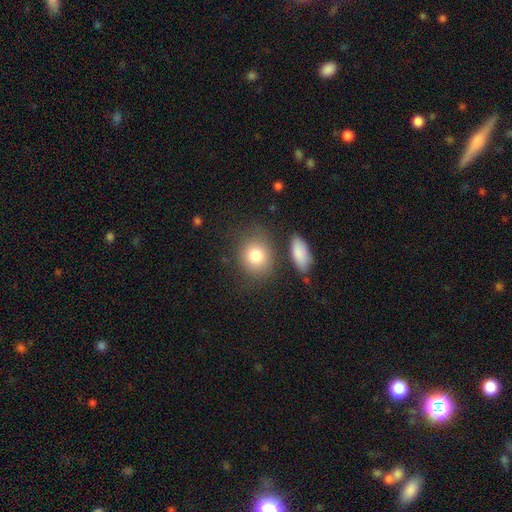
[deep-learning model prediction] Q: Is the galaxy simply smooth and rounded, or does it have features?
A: smooth — 81%.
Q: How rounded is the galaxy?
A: round — 71%.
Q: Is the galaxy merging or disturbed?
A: none — 74%.